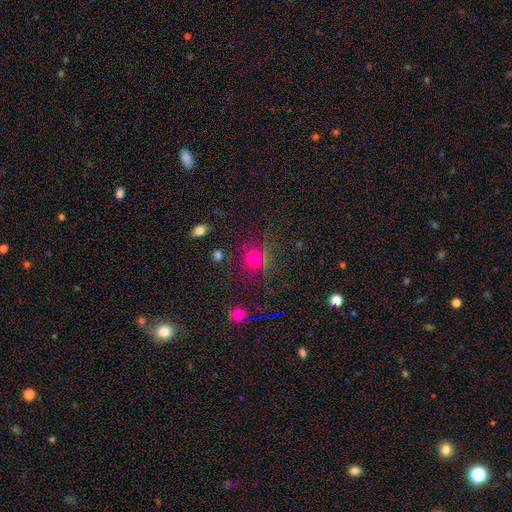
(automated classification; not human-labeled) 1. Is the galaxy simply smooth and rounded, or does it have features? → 69% smooth, 22% star or artifact, 8% featured or disk.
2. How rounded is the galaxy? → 90% round, 9% in between, 1% cigar-shaped.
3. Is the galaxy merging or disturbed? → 80% none, 11% minor disturbance, 5% merger, 5% major disturbance.